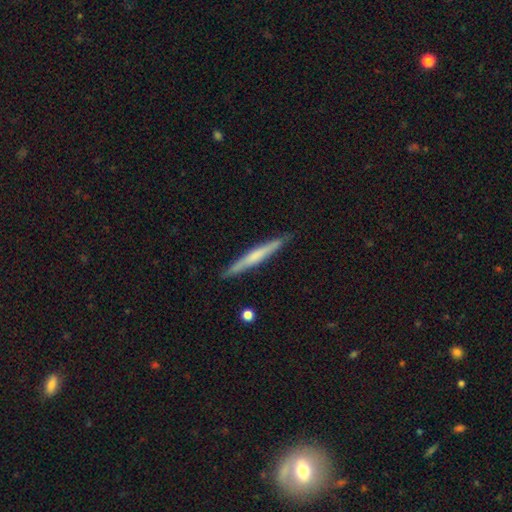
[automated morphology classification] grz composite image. It shows a featured or disk galaxy (49%). Merging: none (89%).